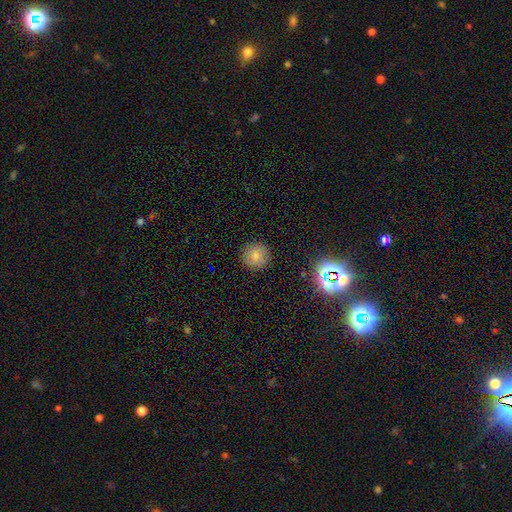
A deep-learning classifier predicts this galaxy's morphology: Smooth or featured? Predicted: smooth (p=0.79). How rounded? Predicted: round (p=0.95). Merging? Predicted: none (p=0.90).